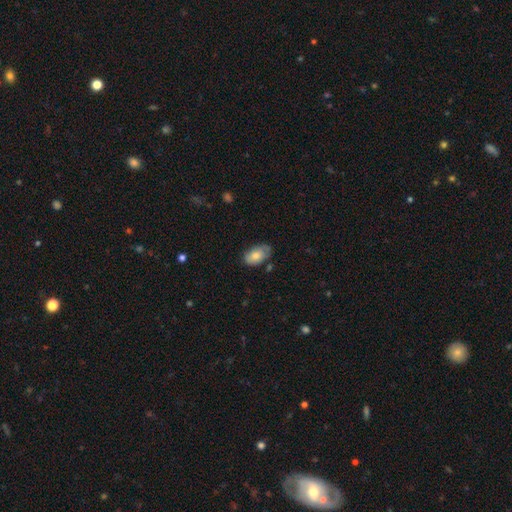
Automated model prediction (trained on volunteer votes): smooth-or-featured: smooth: 74% | featured or disk: 19% | star or artifact: 7%
  how-rounded: in between: 92% | round: 6% | cigar-shaped: 1%
  merging: none: 65% | minor disturbance: 26% | major disturbance: 5% | merger: 3%